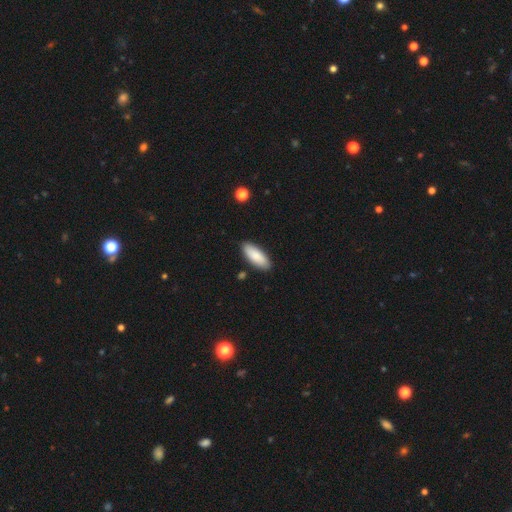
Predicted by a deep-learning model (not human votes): A smooth galaxy with no disk features (86%) that is in between round and cigar-shaped (76%).

Vote fractions:
- Smooth or featured? smooth: 86% / featured or disk: 8% / star or artifact: 6%
- How rounded? in between: 76% / cigar-shaped: 23% / round: 2%
- Merging? none: 87% / minor disturbance: 10% / merger: 2% / major disturbance: 2%